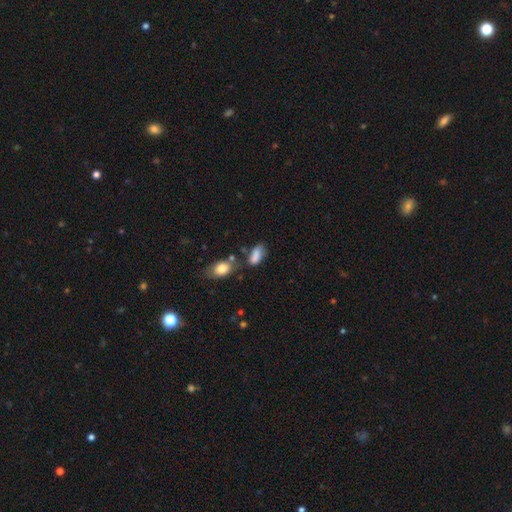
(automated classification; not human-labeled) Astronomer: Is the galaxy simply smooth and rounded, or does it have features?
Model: smooth — 82%.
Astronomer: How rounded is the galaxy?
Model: in between — 89%.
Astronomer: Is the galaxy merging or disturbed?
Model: none — 48% (runner-up: minor disturbance, 24%).